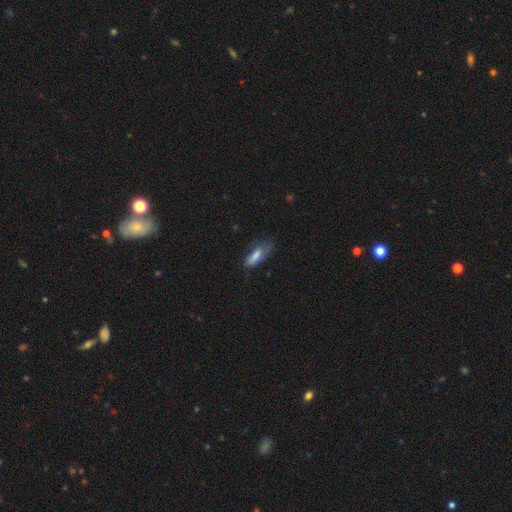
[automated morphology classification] Smooth or featured? smooth (72%)
How rounded? in between (63%)
Merging? none (45%)